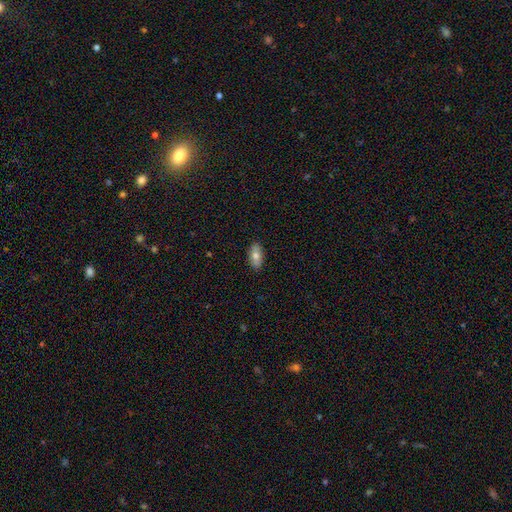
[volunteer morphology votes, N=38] This is clearly a smooth galaxy (84%). How rounded: likely in between (78%). Merging: clearly none (92%).